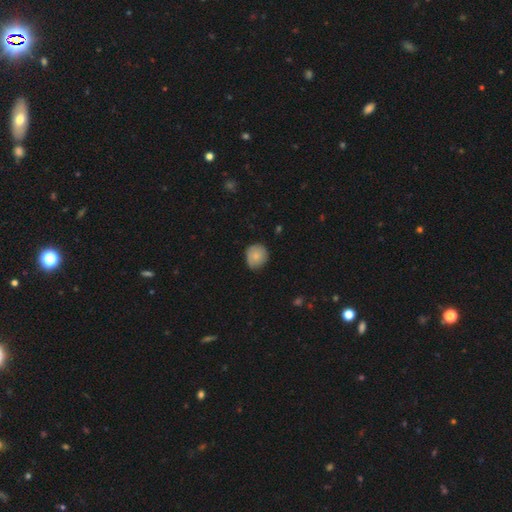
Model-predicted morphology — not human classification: This appears to be a smooth galaxy with no disk features (79%) that is round (82%). Merging: none (74%).